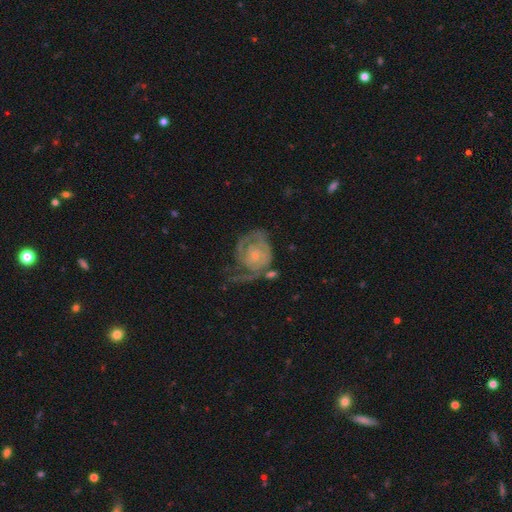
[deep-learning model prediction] This appears to be a featured or disk galaxy (82%) with no bar (74%), 2 (43%) tight (60%) spiral arms (90%) and a small central bulge (65%). Merging: none (39%).